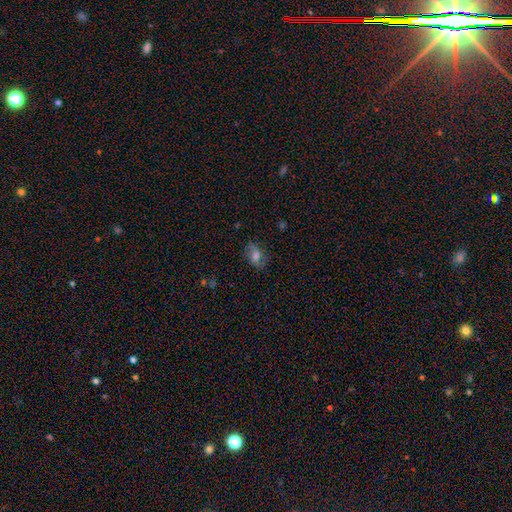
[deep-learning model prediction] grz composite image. It shows a smooth galaxy with no disk features (60%) that is in between round and cigar-shaped (76%). Merging: none (70%).